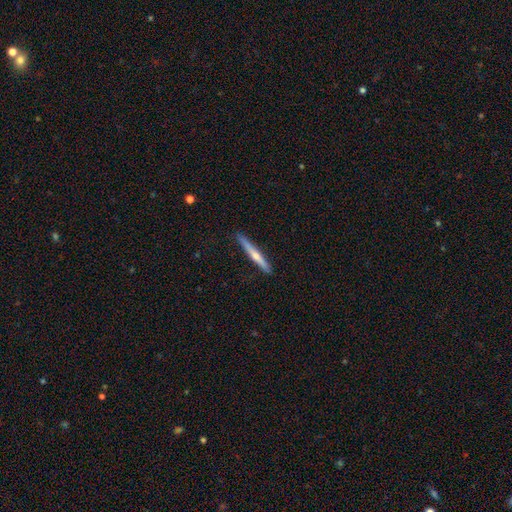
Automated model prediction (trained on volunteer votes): smooth-or-featured: featured or disk: 64% | smooth: 30% | star or artifact: 6%
  disk-edge-on: yes: 97% | no: 3%
    edge-on-bulge: rounded: 80% | none: 17% | boxy: 4%
  merging: none: 90% | minor disturbance: 8% | major disturbance: 1% | merger: 1%